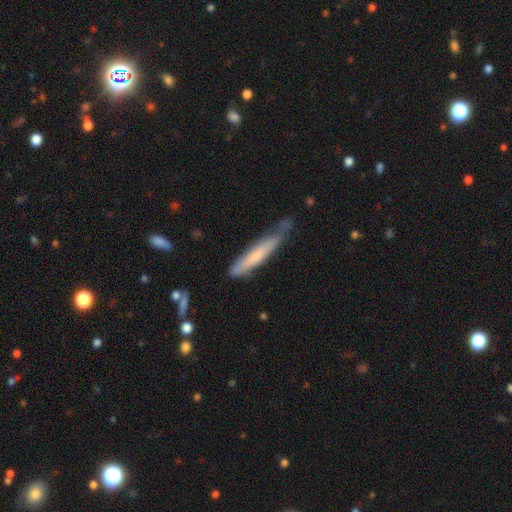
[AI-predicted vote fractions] Overall: smooth (61%; featured or disk 33%). How rounded: cigar-shaped (92%). Merging: none (54%; minor disturbance 34%).